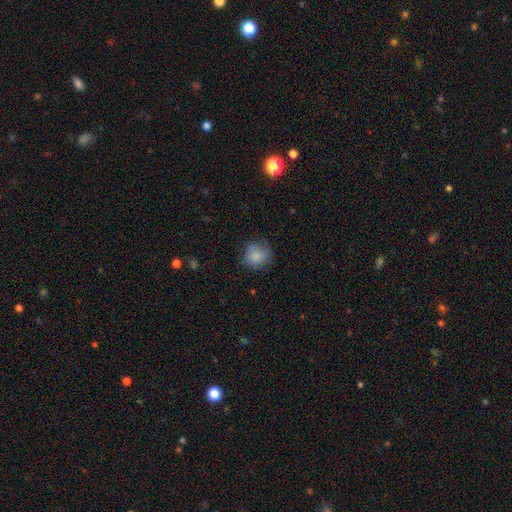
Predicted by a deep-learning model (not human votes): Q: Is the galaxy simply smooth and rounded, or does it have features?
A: smooth — 84%.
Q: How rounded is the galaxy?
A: round — 84%.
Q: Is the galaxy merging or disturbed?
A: none — 72%.